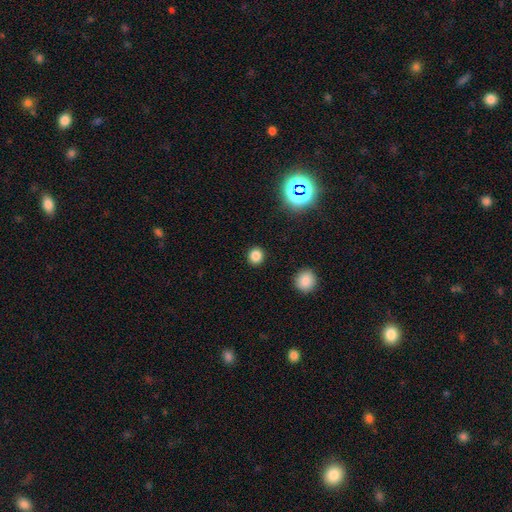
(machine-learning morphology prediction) smooth-or-featured: smooth: 82% | star or artifact: 14% | featured or disk: 4%
  how-rounded: round: 85% | in between: 14% | cigar-shaped: 1%
  merging: none: 91% | minor disturbance: 5% | major disturbance: 2% | merger: 1%